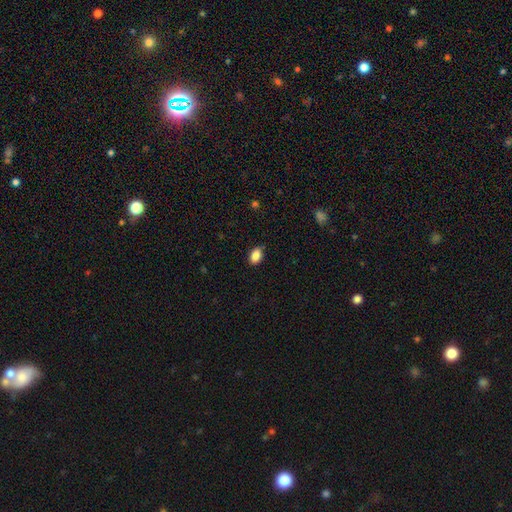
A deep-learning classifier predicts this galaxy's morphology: smooth_or_featured: smooth (p=0.86) [alt: star or artifact p=0.08]
how_rounded: in between (p=0.86) [alt: round p=0.13]
merging: none (p=0.82) [alt: minor disturbance p=0.15]